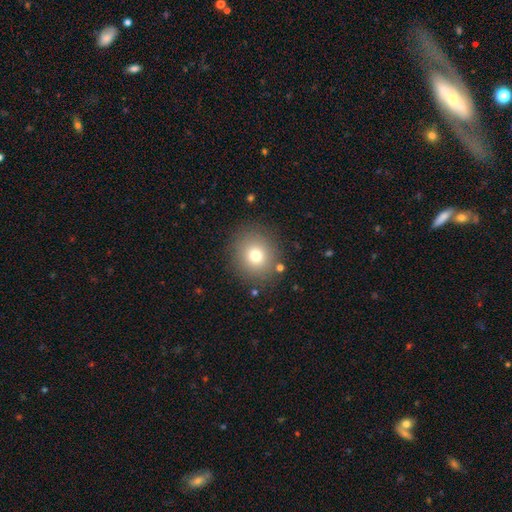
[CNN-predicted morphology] A smooth galaxy with no disk features (74%) that is round (85%). Merging: none (86%).